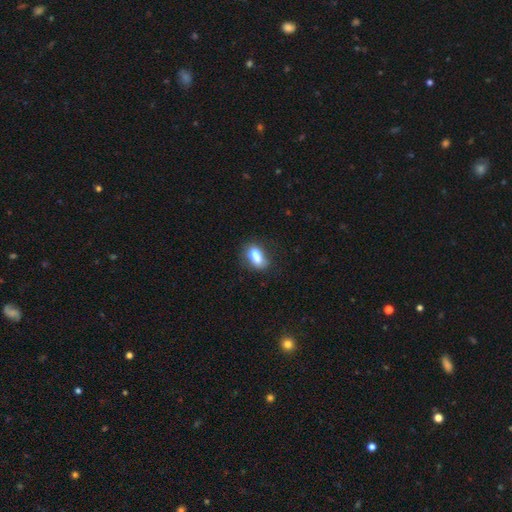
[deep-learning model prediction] smooth_or_featured: smooth (p=0.78) [alt: featured or disk p=0.13]
how_rounded: in between (p=0.81) [alt: round p=0.10]
merging: none (p=0.55) [alt: minor disturbance p=0.25]